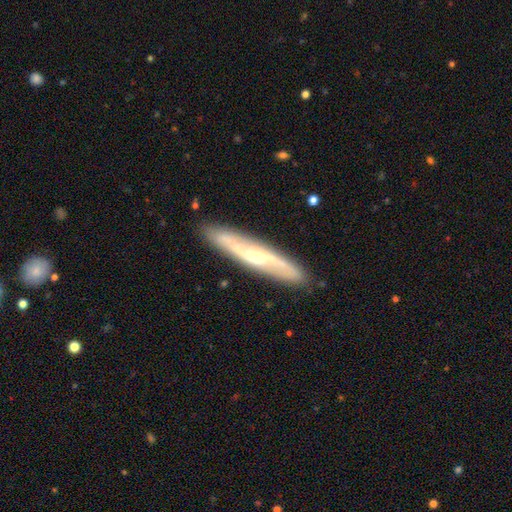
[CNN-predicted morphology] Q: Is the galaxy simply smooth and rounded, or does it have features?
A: featured or disk — 77%.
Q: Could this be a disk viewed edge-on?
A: no — 54%.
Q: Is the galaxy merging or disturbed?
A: none — 87%.